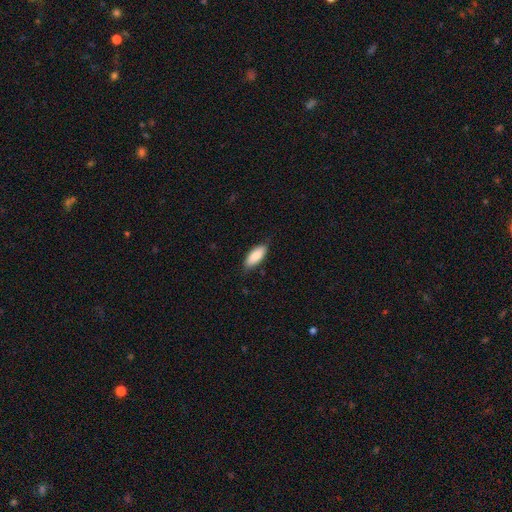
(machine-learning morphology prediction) A smooth galaxy with no disk features (86%) that is in between round and cigar-shaped (81%). Merging: none (79%).